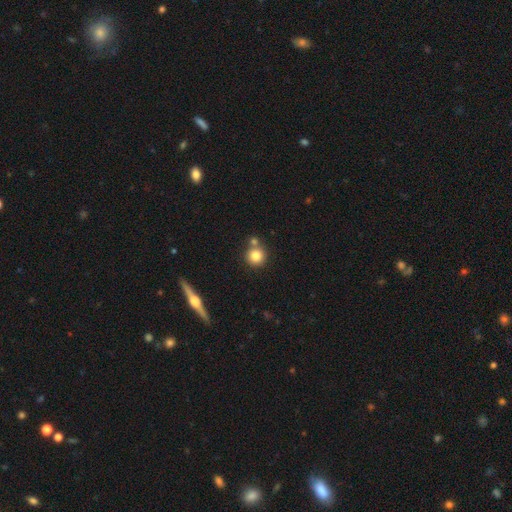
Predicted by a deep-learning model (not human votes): Morphology: type=smooth (81%); roundness=round (93%); merging=none (67%).